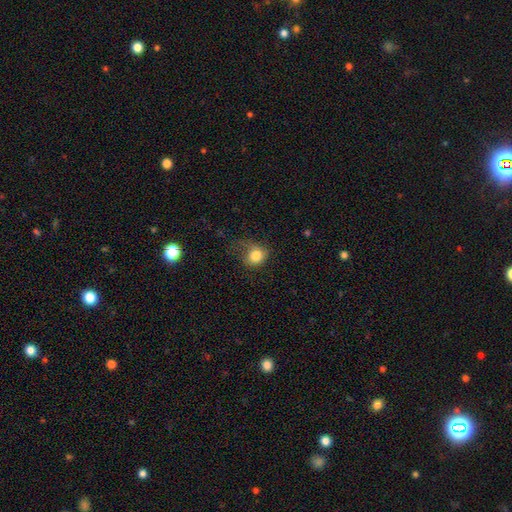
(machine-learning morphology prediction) Smooth or featured: smooth — 81% (star or artifact — 10%)
How rounded: round — 72% (in between — 27%)
Merging: none — 45% (minor disturbance — 29%)